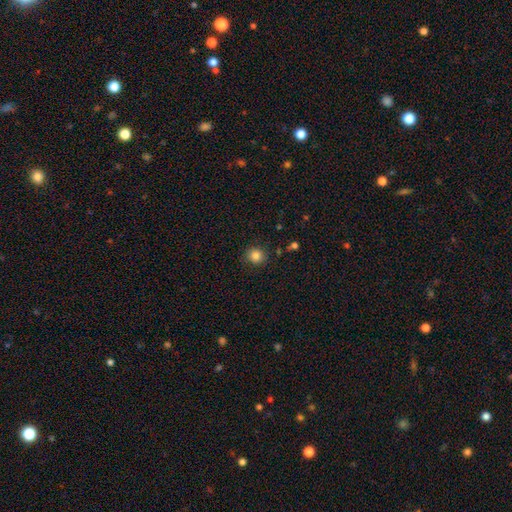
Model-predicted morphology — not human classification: This is clearly a smooth galaxy (83%). How rounded: clearly round (87%). Merging: clearly none (88%).